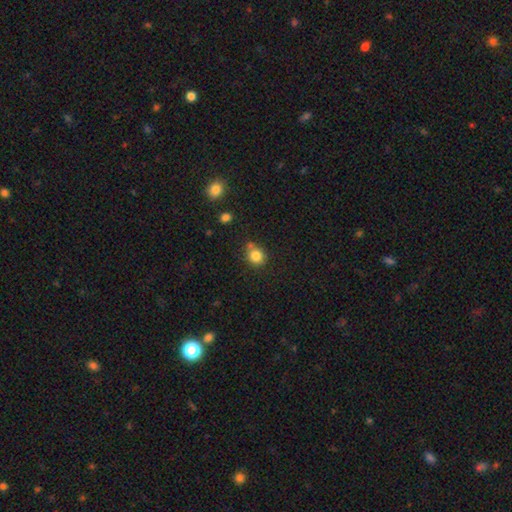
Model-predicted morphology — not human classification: This appears to be a smooth galaxy with no disk features (83%) that is round (80%). Merging: none (65%).